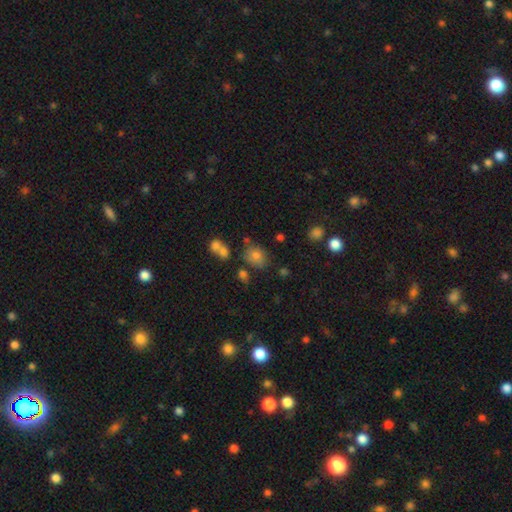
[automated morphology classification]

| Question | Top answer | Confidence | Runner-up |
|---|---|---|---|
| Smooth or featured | smooth | 76% | star or artifact (13%) |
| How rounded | in between | 53% | round (46%) |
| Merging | none | 65% | minor disturbance (17%) |